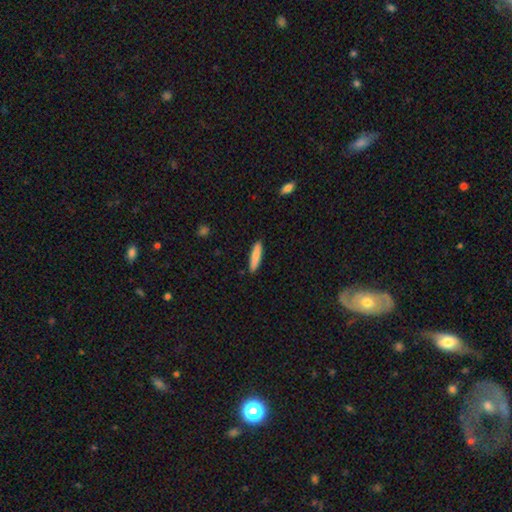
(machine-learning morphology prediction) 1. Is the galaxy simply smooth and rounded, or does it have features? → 82% smooth, 13% featured or disk, 6% star or artifact.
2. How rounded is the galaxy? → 83% cigar-shaped, 15% in between, 1% round.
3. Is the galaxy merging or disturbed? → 90% none, 7% minor disturbance, 1% major disturbance, 1% merger.